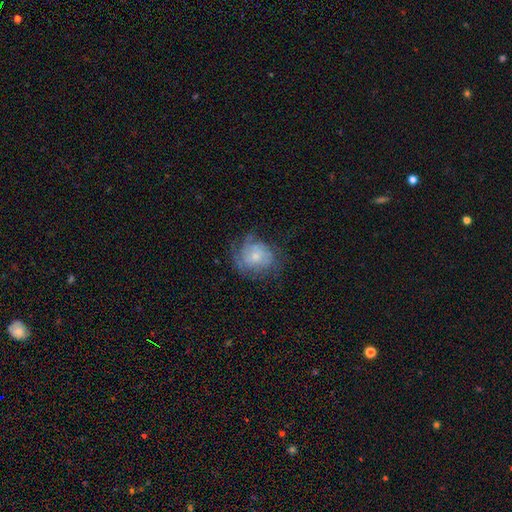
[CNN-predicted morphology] Smooth or featured?
  - featured or disk: 50% *
  - smooth: 40%
  - star or artifact: 9%
Edge-on disk?
  - no: 97% *
  - yes: 3%
Merging?
  - none: 54% *
  - minor disturbance: 25%
  - major disturbance: 19%
  - merger: 2%